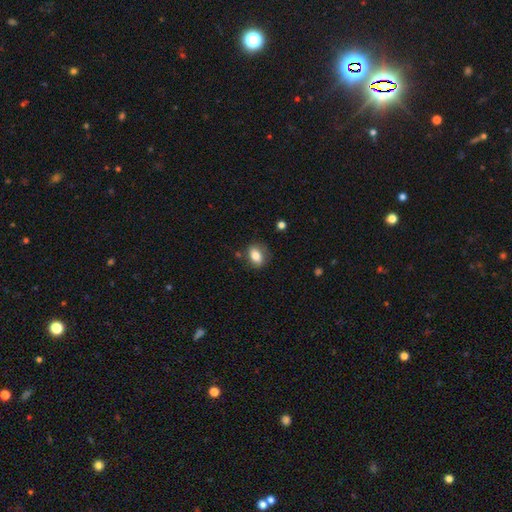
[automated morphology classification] Overall: smooth (78%). How rounded: in between (75%). Merging: none (74%).